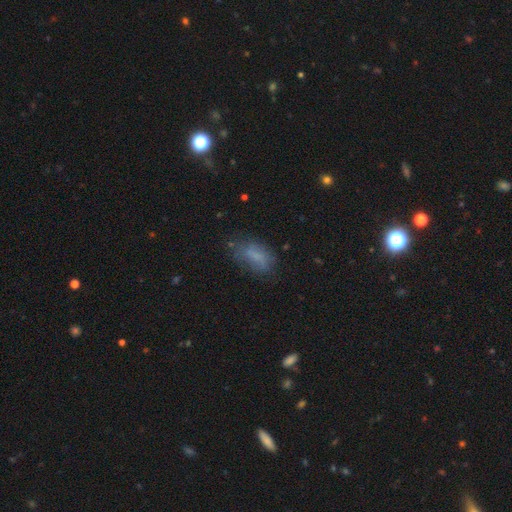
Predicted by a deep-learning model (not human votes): smooth_or_featured: smooth (p=0.67) [alt: featured or disk p=0.21]
how_rounded: in between (p=0.86) [alt: cigar-shaped p=0.08]
merging: none (p=0.57) [alt: minor disturbance p=0.26]